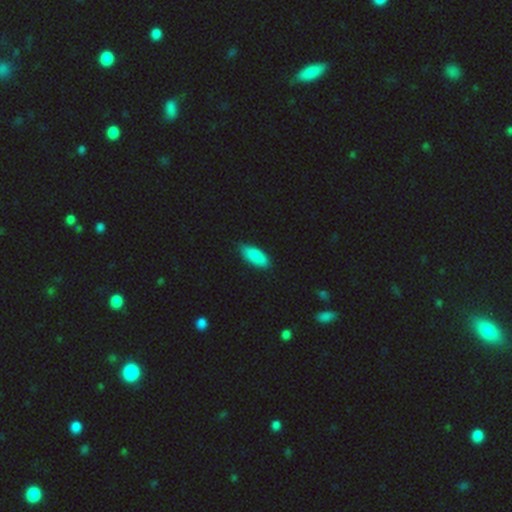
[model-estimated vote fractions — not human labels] This appears to be a smooth galaxy with no disk features (88%) that is in between round and cigar-shaped (80%). Merging: none (84%).